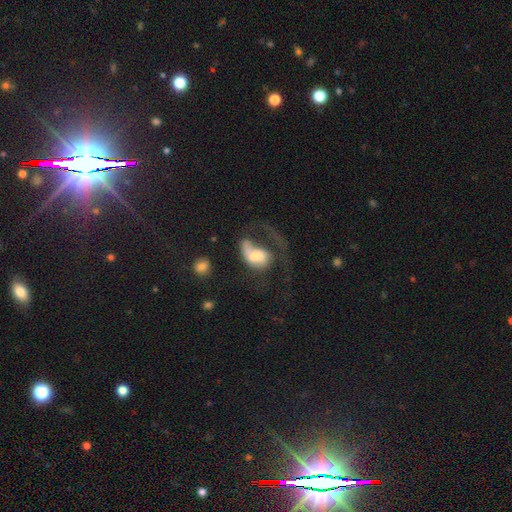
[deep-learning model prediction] Smooth or featured?
  - featured or disk: 54% *
  - smooth: 39%
  - star or artifact: 7%
Edge-on disk?
  - no: 96% *
  - yes: 4%
Bar?
  - no: 62% *
  - weak: 29%
  - strong: 8%
Spiral arms?
  - yes: 69% *
  - no: 31%
Bulge size?
  - moderate: 44% *
  - small: 23%
  - large: 21%
  - none: 9%
  - dominant: 4%
Merging?
  - major disturbance: 61% *
  - none: 19%
  - minor disturbance: 11%
  - merger: 9%